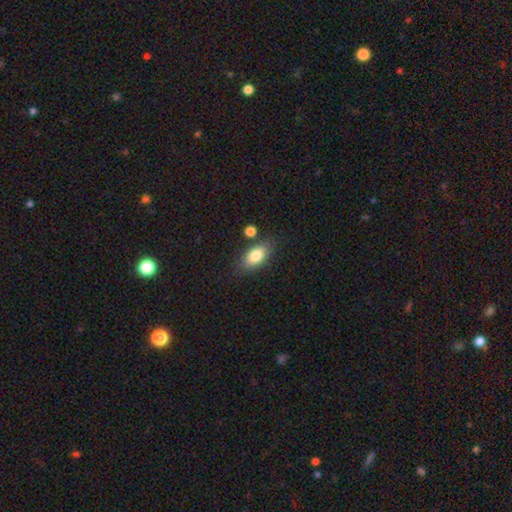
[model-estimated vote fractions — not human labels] Q: Smooth or featured?
A: smooth (80%); runner-up: featured or disk (12%)
Q: How rounded?
A: in between (88%); runner-up: cigar-shaped (6%)
Q: Merging?
A: none (76%); runner-up: minor disturbance (13%)